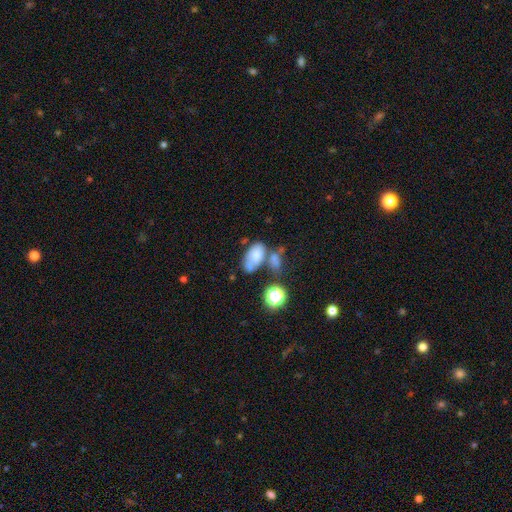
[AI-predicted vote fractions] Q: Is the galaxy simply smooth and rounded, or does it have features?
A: smooth — 65%.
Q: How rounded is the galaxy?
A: in between — 90%.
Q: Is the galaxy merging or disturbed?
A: merger — 38%.